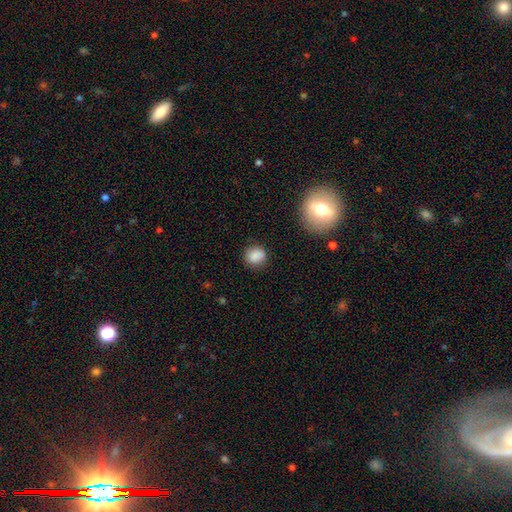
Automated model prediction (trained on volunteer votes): Smooth or featured? Predicted: smooth (p=0.84). How rounded? Predicted: round (p=0.73). Merging? Predicted: none (p=0.79).